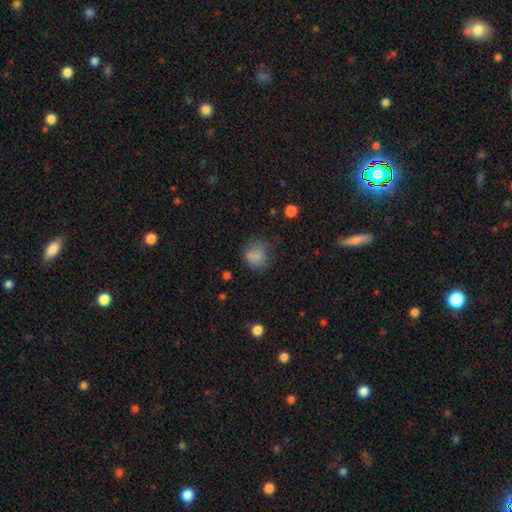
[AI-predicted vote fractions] smooth-or-featured: smooth: 76% | star or artifact: 12% | featured or disk: 12%
  how-rounded: round: 71% | in between: 28% | cigar-shaped: 1%
  merging: none: 54% | minor disturbance: 25% | major disturbance: 14% | merger: 7%